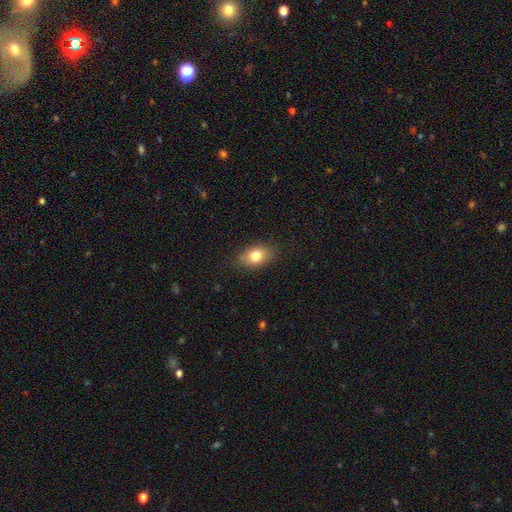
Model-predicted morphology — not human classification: This appears to be a smooth galaxy with no disk features (80%) that is in between round and cigar-shaped (83%). Merging: none (84%).